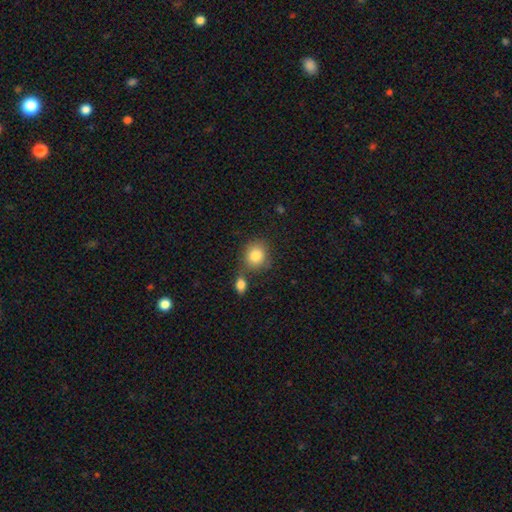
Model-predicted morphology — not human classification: smooth 84%, star or artifact 8%, featured or disk 8%. Down the decision tree: how rounded — round (76%); merging — none (63%).